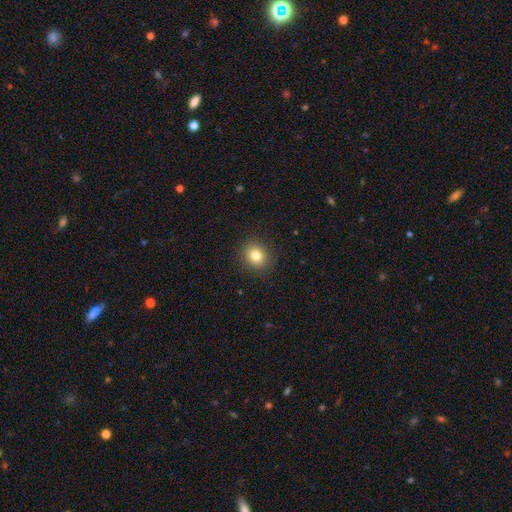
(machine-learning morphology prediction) Smooth or featured? Predicted: smooth (p=0.81). How rounded? Predicted: round (p=0.78). Merging? Predicted: none (p=0.91).